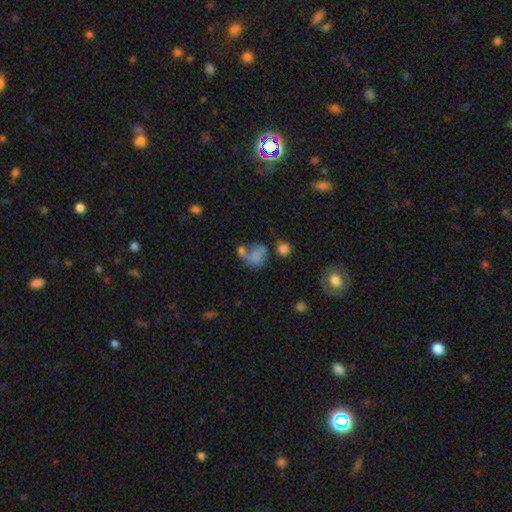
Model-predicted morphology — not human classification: smooth_or_featured: smooth (p=0.64) [alt: featured or disk p=0.24]
how_rounded: round (p=0.52) [alt: in between p=0.46]
merging: merger (p=0.39) [alt: none p=0.27]